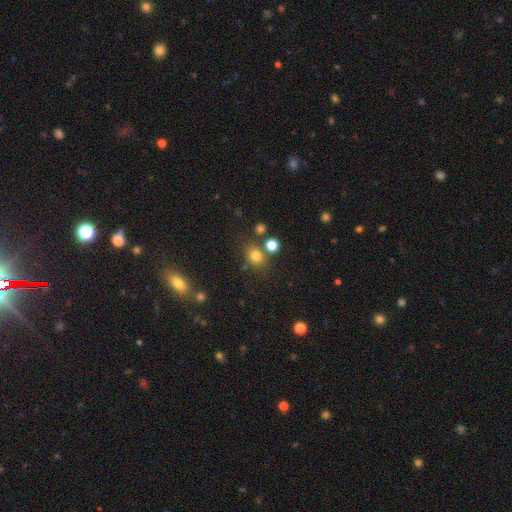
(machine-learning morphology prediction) A smooth galaxy with no disk features (77%) that is round (64%). Merging: none (72%).